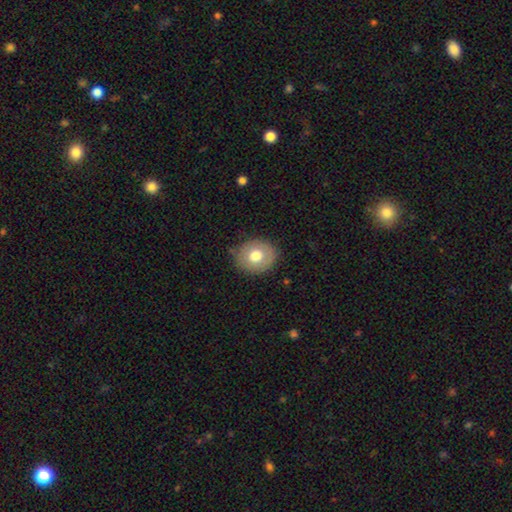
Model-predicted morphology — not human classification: Smooth or featured?
  - smooth: 71% *
  - featured or disk: 21%
  - star or artifact: 8%
How rounded?
  - round: 76% *
  - in between: 23%
  - cigar-shaped: 1%
Merging?
  - none: 82% *
  - minor disturbance: 13%
  - major disturbance: 3%
  - merger: 1%